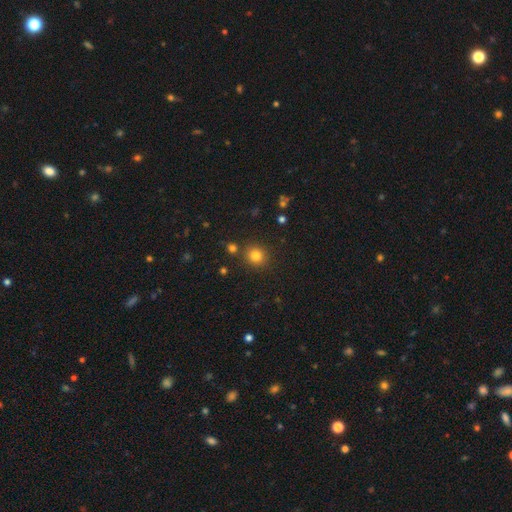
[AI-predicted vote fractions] This is clearly a smooth galaxy (81%). How rounded: clearly round (88%). Merging: clearly none (84%).